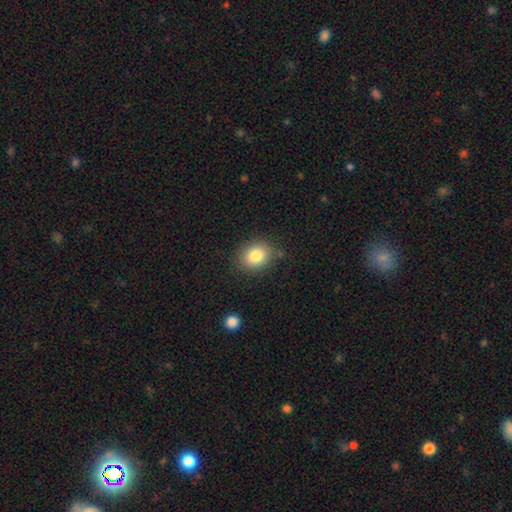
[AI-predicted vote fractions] Overall: smooth (83%). How rounded: round (59%; in between 41%). Merging: none (85%).